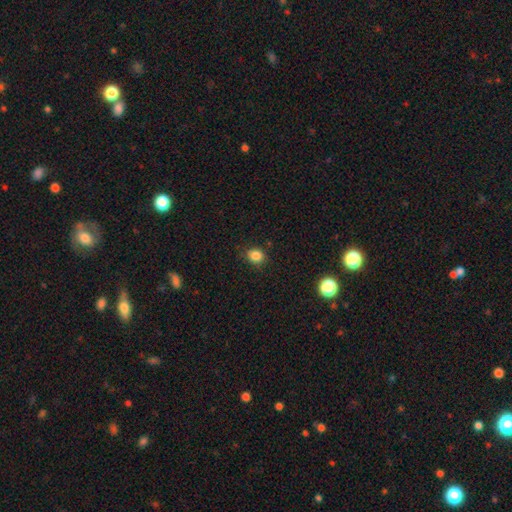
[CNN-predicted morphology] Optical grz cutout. It shows a smooth galaxy with no disk features (85%) that is round (74%). Merging: none (84%).